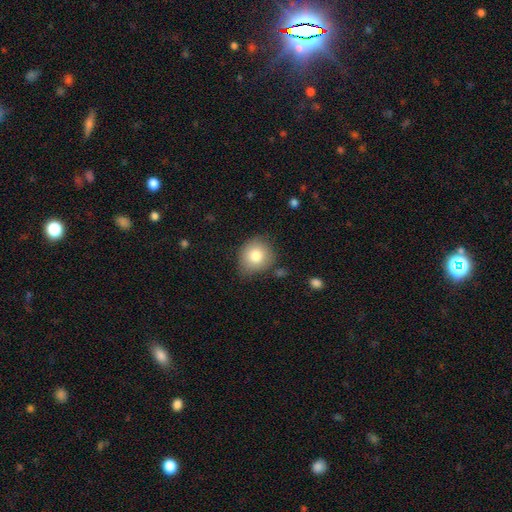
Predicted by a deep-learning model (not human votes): Overall: smooth (79%). How rounded: round (78%). Merging: none (72%).